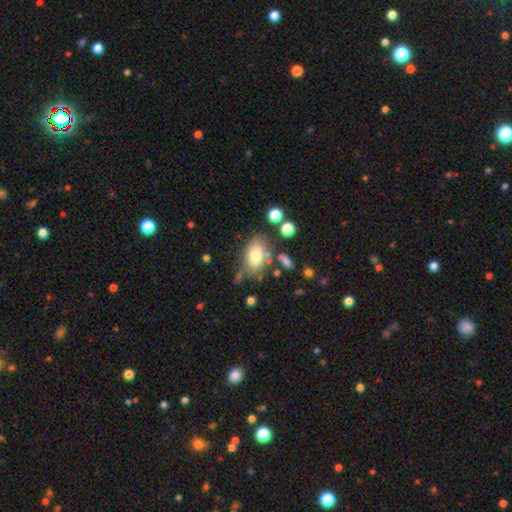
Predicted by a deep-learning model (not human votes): This is likely a smooth galaxy (75%). How rounded: clearly in between (88%). Merging: likely none (67%).